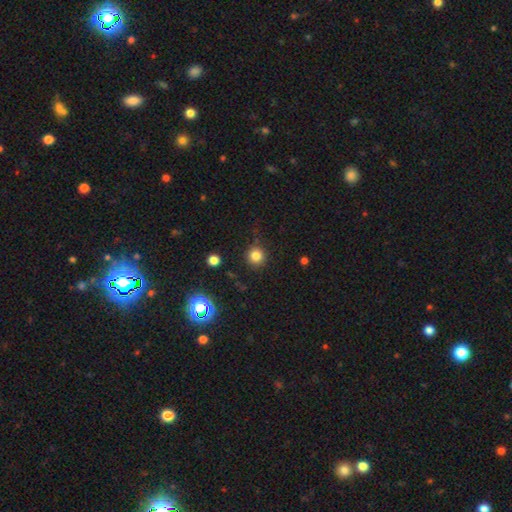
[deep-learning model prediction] This is clearly a smooth galaxy (80%). How rounded: clearly round (94%). Merging: clearly none (86%).